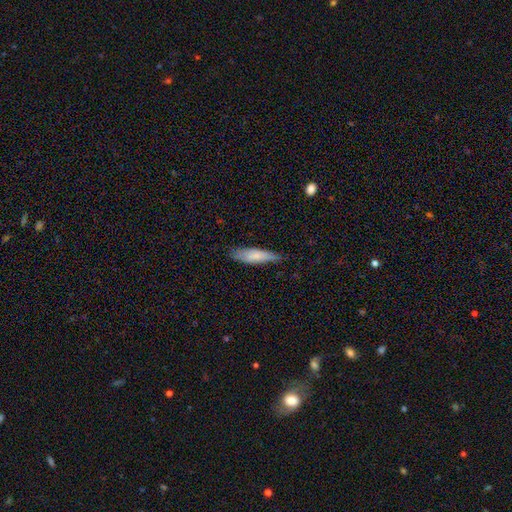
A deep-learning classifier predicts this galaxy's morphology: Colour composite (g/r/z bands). It shows a smooth galaxy with no disk features (77%) that is cigar-shaped (70%). Merging: none (78%).